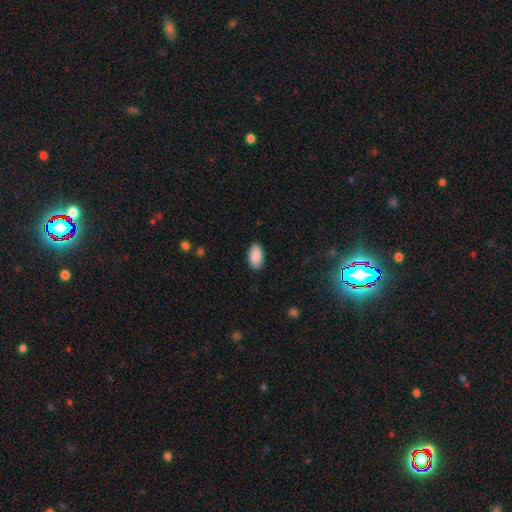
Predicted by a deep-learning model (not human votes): Smooth or featured? smooth (89%)
How rounded? in between (95%)
Merging? none (88%)